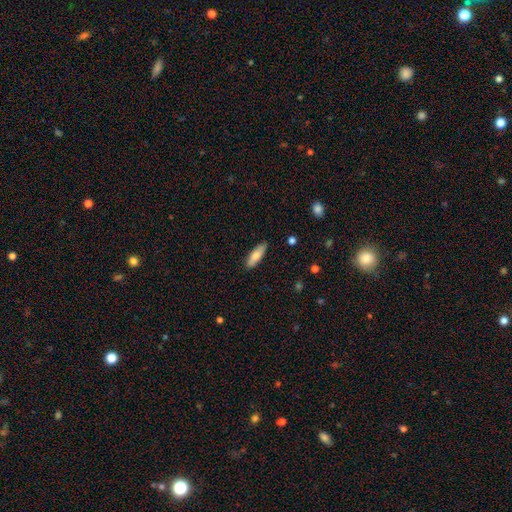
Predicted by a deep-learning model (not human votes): The model was most divided on "how rounded": in between: 51%, cigar-shaped: 47%, round: 2%. More confident: merging — none (86%); smooth or featured — smooth (77%).